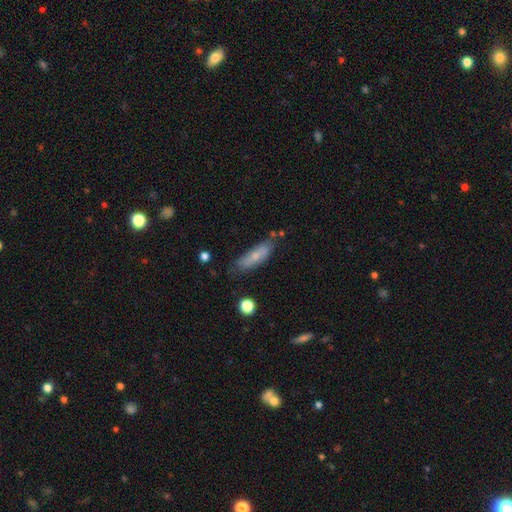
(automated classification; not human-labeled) The model was most divided on "how rounded": in between: 50%, cigar-shaped: 48%, round: 2%. More confident: merging — none (64%); smooth or featured — smooth (60%).